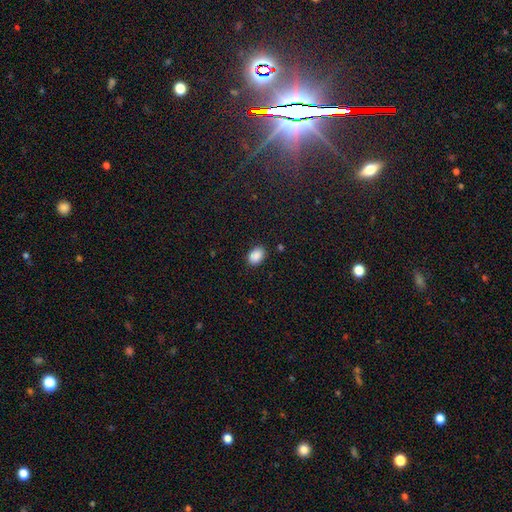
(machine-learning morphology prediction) This appears to be a smooth galaxy with no disk features (89%) that is in between round and cigar-shaped (75%). Merging: none (86%).